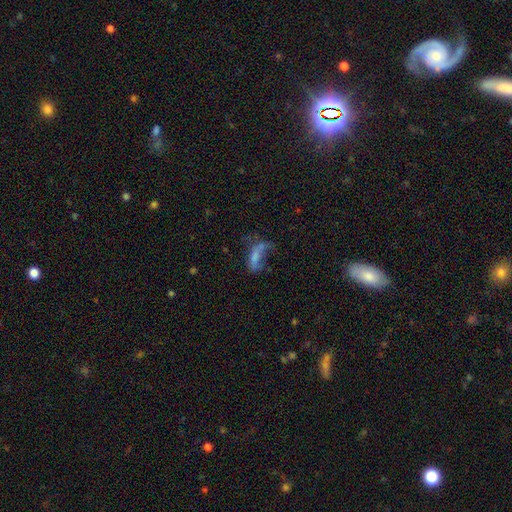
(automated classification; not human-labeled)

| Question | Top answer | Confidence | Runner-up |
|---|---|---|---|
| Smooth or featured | smooth | 50% | featured or disk (35%) |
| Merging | major disturbance | 48% | none (23%) |